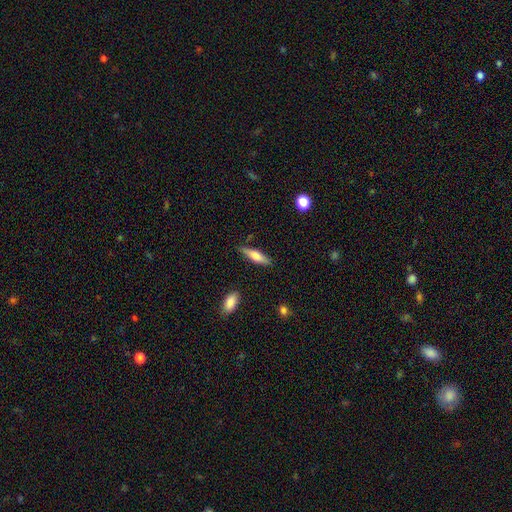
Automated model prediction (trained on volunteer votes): A smooth galaxy with no disk features (57%) that is cigar-shaped (69%). Merging: none (83%).